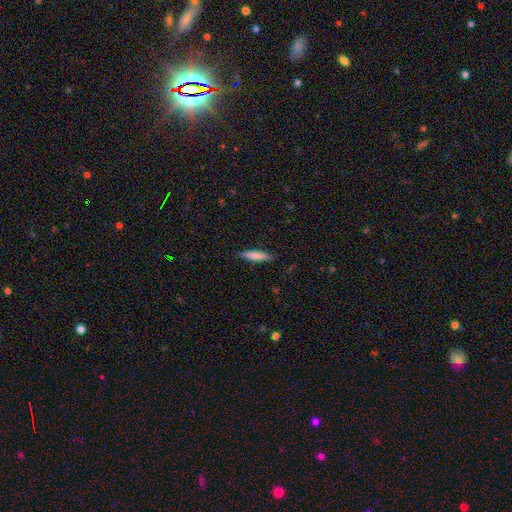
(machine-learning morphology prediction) A smooth galaxy with no disk features (80%) that is cigar-shaped (82%). Merging: none (87%).